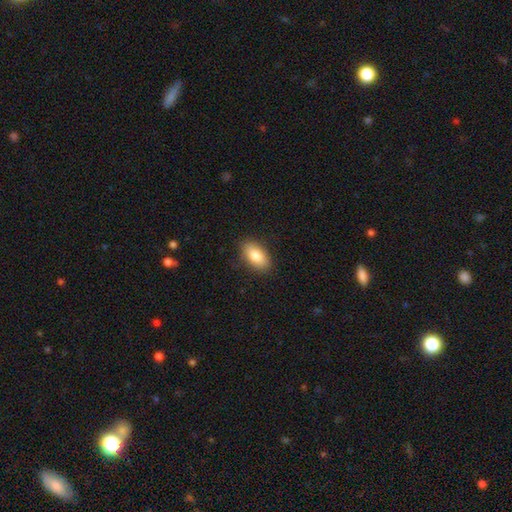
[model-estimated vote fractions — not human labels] Smooth or featured? Predicted: smooth (p=0.82). How rounded? Predicted: in between (p=0.92). Merging? Predicted: none (p=0.87).